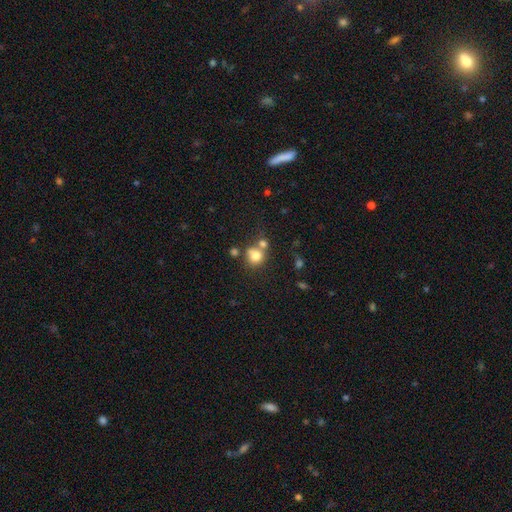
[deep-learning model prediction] Smooth or featured?
  - smooth: 77% *
  - star or artifact: 12%
  - featured or disk: 11%
How rounded?
  - round: 79% *
  - in between: 20%
  - cigar-shaped: 1%
Merging?
  - none: 44% *
  - merger: 38%
  - minor disturbance: 12%
  - major disturbance: 6%